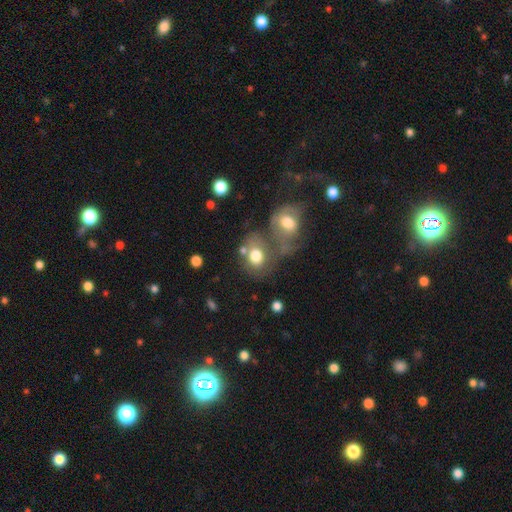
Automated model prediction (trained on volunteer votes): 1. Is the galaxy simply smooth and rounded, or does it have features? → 72% smooth, 18% featured or disk, 10% star or artifact.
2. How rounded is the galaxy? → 57% round, 42% in between, 1% cigar-shaped.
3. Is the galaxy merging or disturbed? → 49% merger, 30% none, 12% minor disturbance, 10% major disturbance.